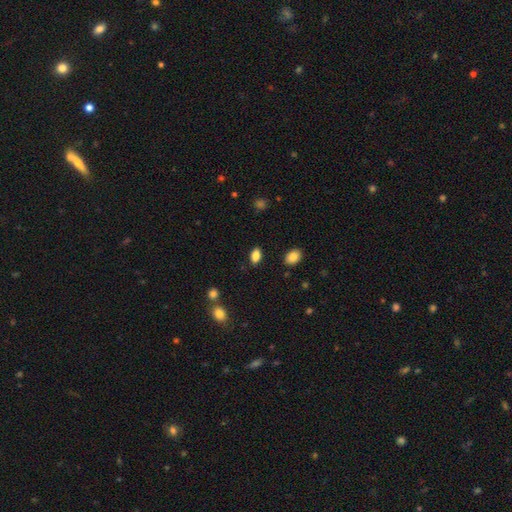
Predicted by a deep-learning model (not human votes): Smooth or featured? Predicted: smooth (p=0.84). How rounded? Predicted: in between (p=0.89). Merging? Predicted: none (p=0.86).